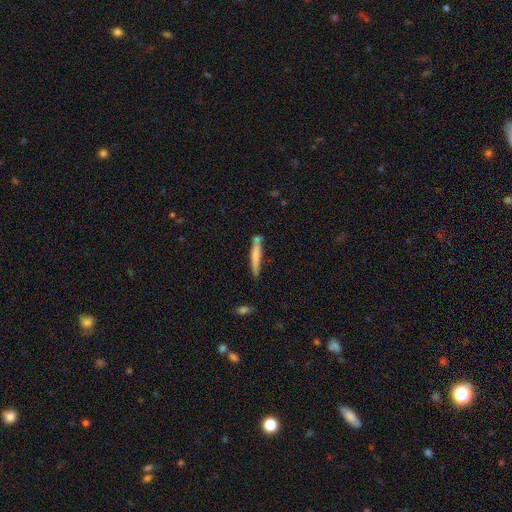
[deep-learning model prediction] smooth_or_featured: smooth (p=0.65) [alt: featured or disk p=0.29]
how_rounded: cigar-shaped (p=0.93) [alt: in between p=0.05]
merging: none (p=0.65) [alt: minor disturbance p=0.18]